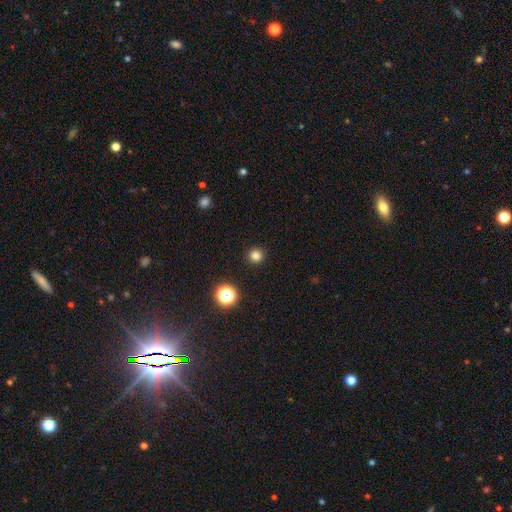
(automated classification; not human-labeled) A smooth galaxy with no disk features (80%) that is round (95%). Merging: none (93%).